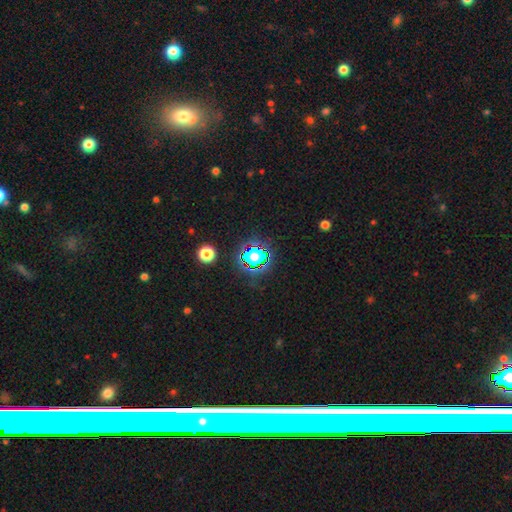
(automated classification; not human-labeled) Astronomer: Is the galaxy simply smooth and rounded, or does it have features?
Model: star or artifact — 60%.